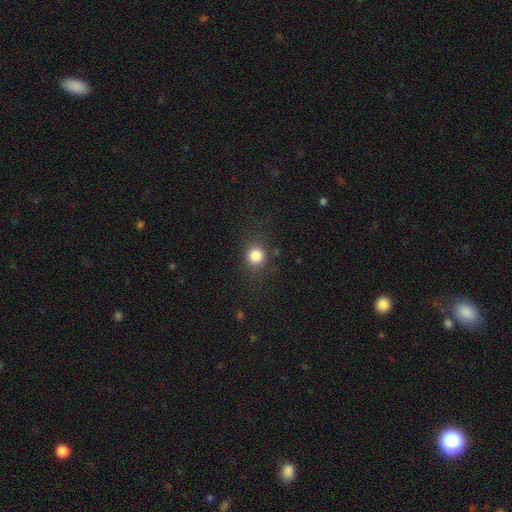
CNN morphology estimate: A smooth galaxy with no disk features (83%) that is round (85%).

Vote fractions:
- Smooth or featured? smooth: 83% / star or artifact: 12% / featured or disk: 5%
- How rounded? round: 85% / in between: 14% / cigar-shaped: 1%
- Merging? none: 83% / minor disturbance: 11% / major disturbance: 5% / merger: 2%